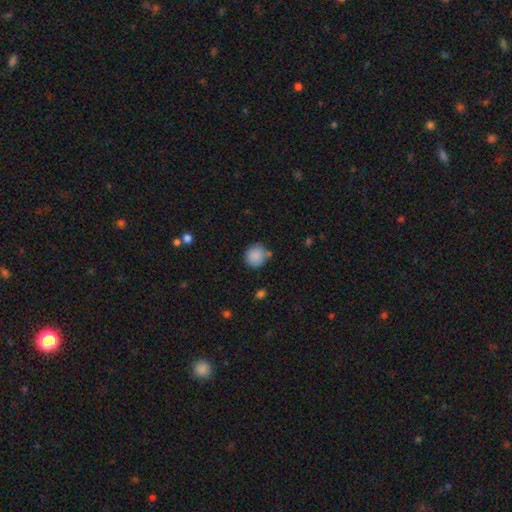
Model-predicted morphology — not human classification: A smooth galaxy with no disk features (87%) that is round (89%). Merging: none (73%).